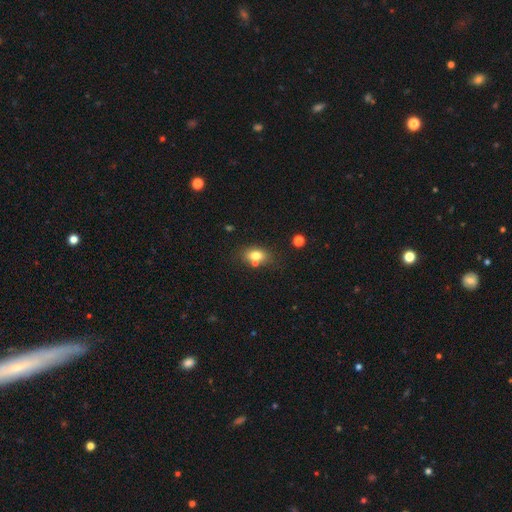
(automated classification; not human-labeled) Smooth or featured: smooth — 76% (featured or disk — 13%)
How rounded: in between — 79% (round — 19%)
Merging: none — 61% (merger — 20%)